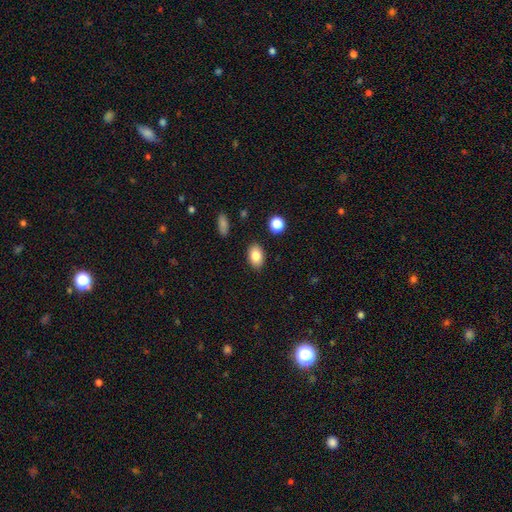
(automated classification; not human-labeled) Smooth or featured? smooth (84%)
How rounded? in between (86%)
Merging? none (87%)